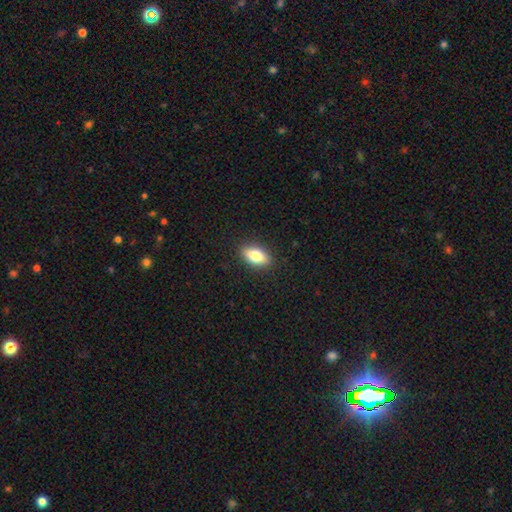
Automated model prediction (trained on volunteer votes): smooth-or-featured: smooth: 81% | featured or disk: 12% | star or artifact: 7%
  how-rounded: in between: 87% | cigar-shaped: 7% | round: 6%
  merging: none: 89% | minor disturbance: 8% | major disturbance: 2% | merger: 1%